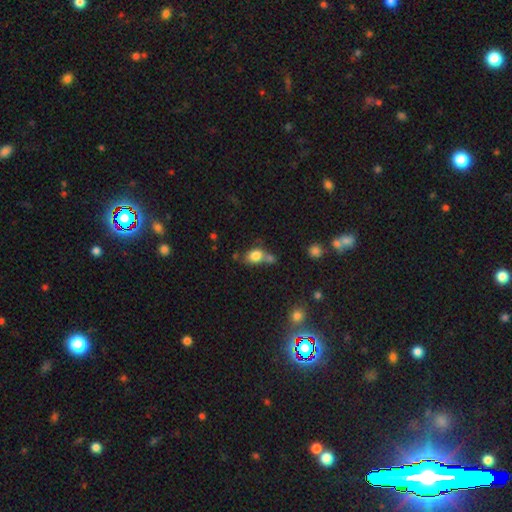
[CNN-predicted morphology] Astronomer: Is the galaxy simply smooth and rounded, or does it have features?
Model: smooth — 81%.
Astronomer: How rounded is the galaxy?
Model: in between — 68%.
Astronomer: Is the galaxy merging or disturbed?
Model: none — 43% (runner-up: merger, 36%).